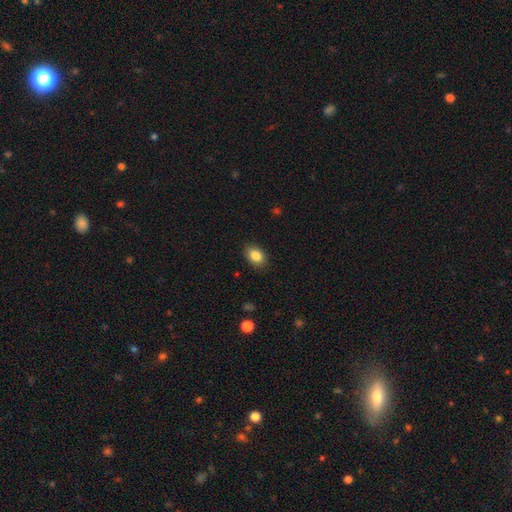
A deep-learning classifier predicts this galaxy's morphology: Q: Smooth or featured?
A: smooth (86%); runner-up: star or artifact (8%)
Q: How rounded?
A: in between (80%); runner-up: round (19%)
Q: Merging?
A: none (87%); runner-up: minor disturbance (9%)